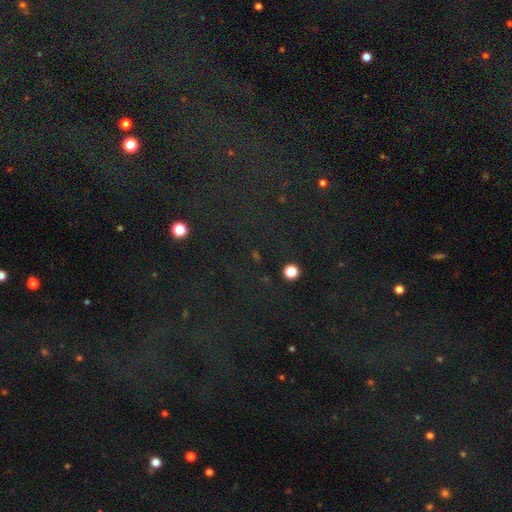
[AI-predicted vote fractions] smooth-or-featured: star or artifact: 75% | smooth: 13% | featured or disk: 12%